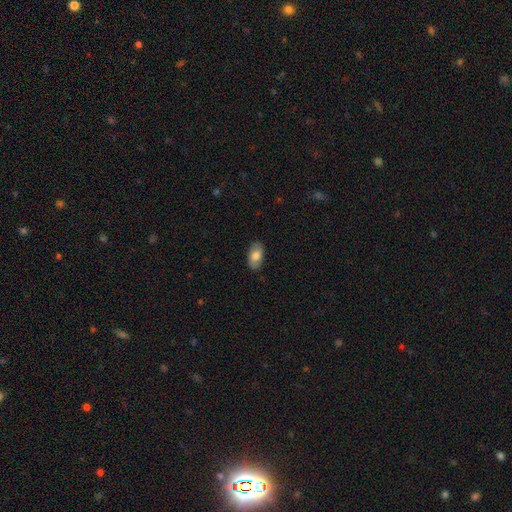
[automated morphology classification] smooth 78%, featured or disk 16%, star or artifact 6%. Down the decision tree: how rounded — in between (94%); merging — none (86%).